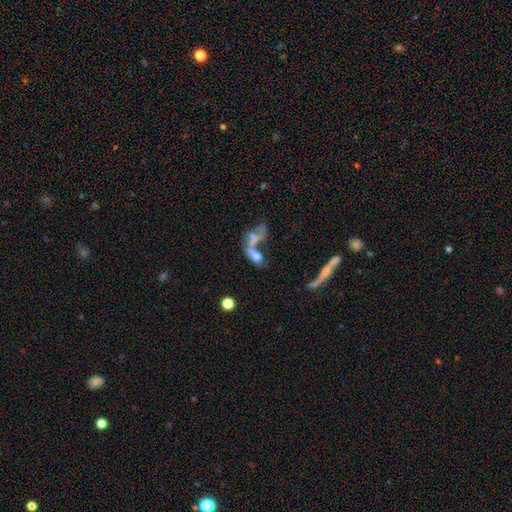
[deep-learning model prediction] Morphology: type=smooth (49%); merging=merger (60%).